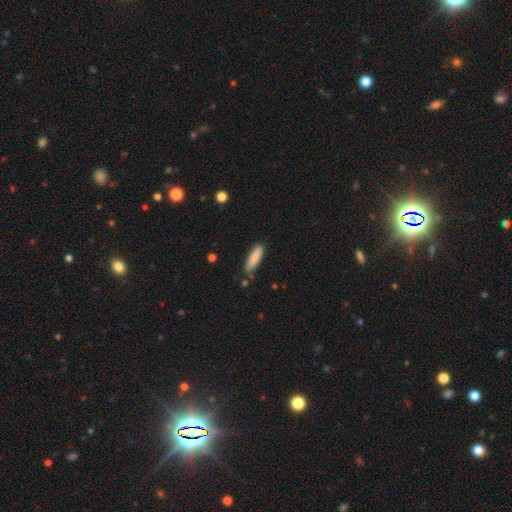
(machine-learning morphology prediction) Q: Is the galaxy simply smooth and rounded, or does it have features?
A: smooth — 84%.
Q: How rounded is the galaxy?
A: cigar-shaped — 62%.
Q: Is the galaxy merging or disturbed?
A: none — 81%.